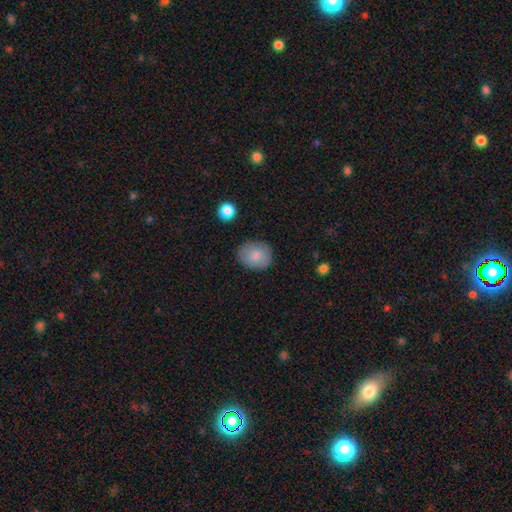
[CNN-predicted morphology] smooth_or_featured: smooth (p=0.83) [alt: featured or disk p=0.10]
how_rounded: round (p=0.59) [alt: in between p=0.40]
merging: none (p=0.82) [alt: minor disturbance p=0.13]